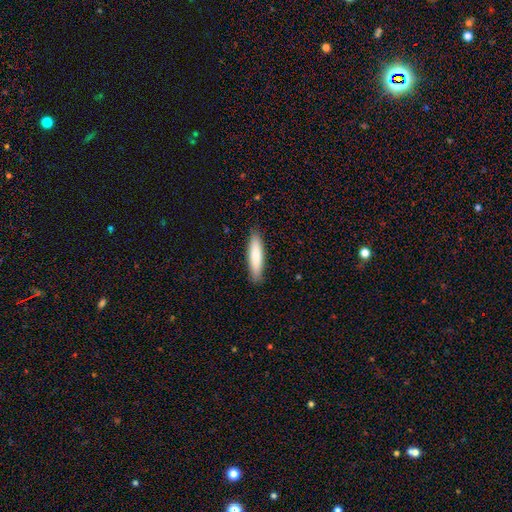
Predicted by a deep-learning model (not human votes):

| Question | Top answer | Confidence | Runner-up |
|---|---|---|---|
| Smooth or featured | smooth | 82% | featured or disk (13%) |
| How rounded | cigar-shaped | 77% | in between (22%) |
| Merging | none | 88% | minor disturbance (9%) |